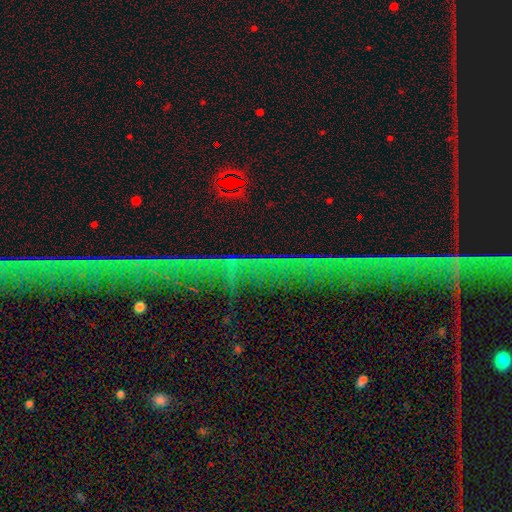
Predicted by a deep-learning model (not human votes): Smooth or featured?
  - star or artifact: 80% *
  - featured or disk: 11%
  - smooth: 9%